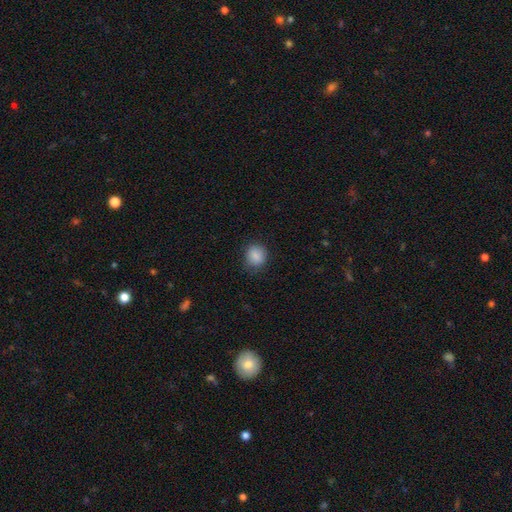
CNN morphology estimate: This is clearly a smooth galaxy (87%). How rounded: likely round (74%). Merging: likely none (80%).